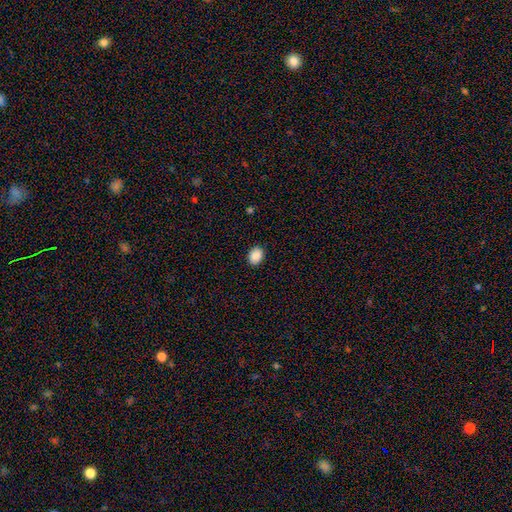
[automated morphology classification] Smooth or featured? Predicted: smooth (p=0.88). How rounded? Predicted: in between (p=0.60). Merging? Predicted: none (p=0.90).